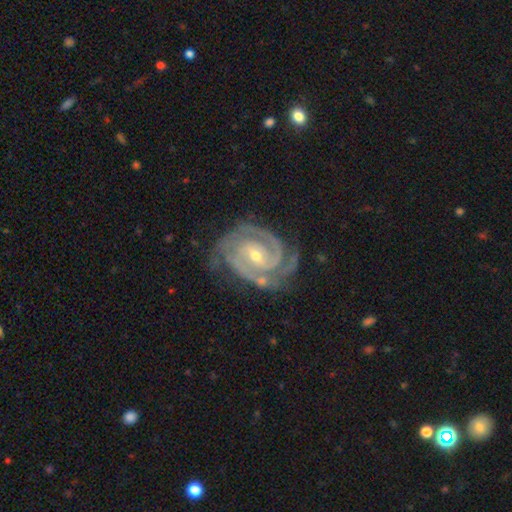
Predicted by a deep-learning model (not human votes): Smooth or featured? featured or disk (93%)
Edge-on disk? no (98%)
Bar? weak (42%)
Spiral arms? yes (99%)
Spiral winding? tight (72%)
Spiral arm count? 2 (49%)
Bulge size? small (58%)
Merging? none (71%)